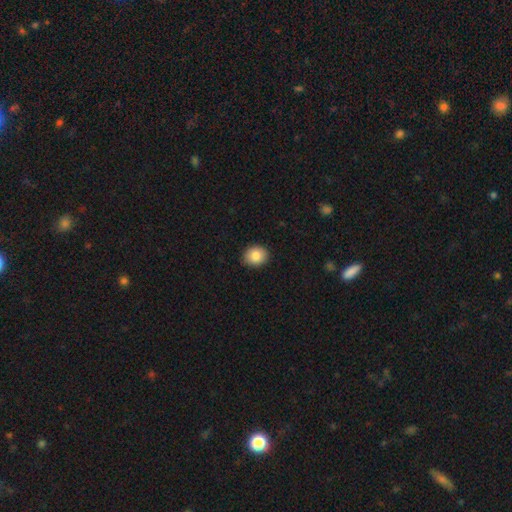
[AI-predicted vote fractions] Smooth or featured: smooth — 85% (star or artifact — 8%)
How rounded: round — 70% (in between — 29%)
Merging: none — 91% (minor disturbance — 7%)